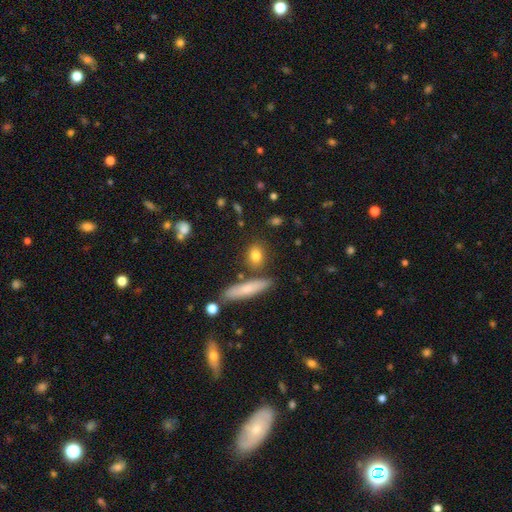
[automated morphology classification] This is likely a smooth galaxy (80%). How rounded: marginally round (44%). Merging: likely none (79%).